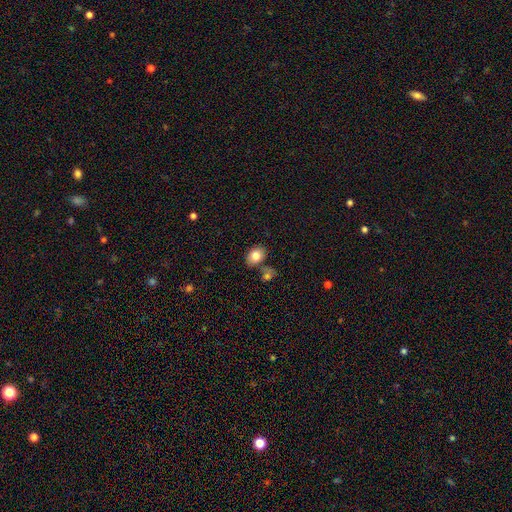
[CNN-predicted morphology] Smooth or featured: smooth — 81% (featured or disk — 10%)
How rounded: in between — 69% (round — 29%)
Merging: none — 67% (minor disturbance — 15%)